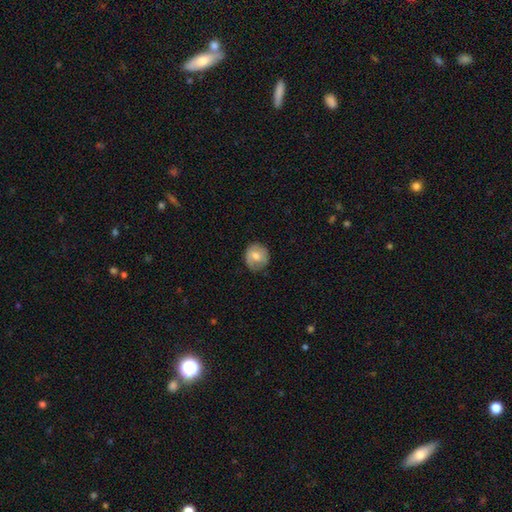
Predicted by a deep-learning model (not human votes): smooth-or-featured: smooth: 64% | featured or disk: 29% | star or artifact: 7%
  how-rounded: round: 84% | in between: 15% | cigar-shaped: 1%
  merging: none: 76% | minor disturbance: 18% | major disturbance: 4% | merger: 1%